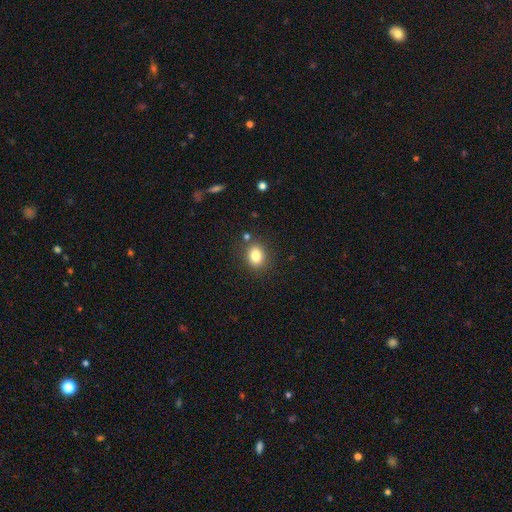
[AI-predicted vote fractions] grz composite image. It shows a smooth galaxy with no disk features (83%) that is in between round and cigar-shaped (53%). Merging: none (82%).